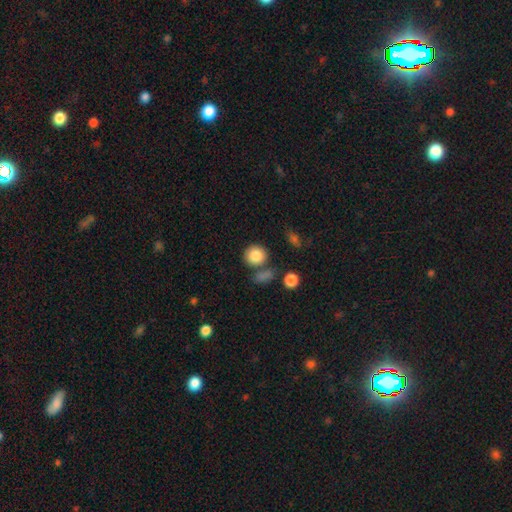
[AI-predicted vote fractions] The model was most divided on "merging": none: 70%, merger: 14%, minor disturbance: 11%, major disturbance: 4%. More confident: how rounded — round (85%); smooth or featured — smooth (85%).